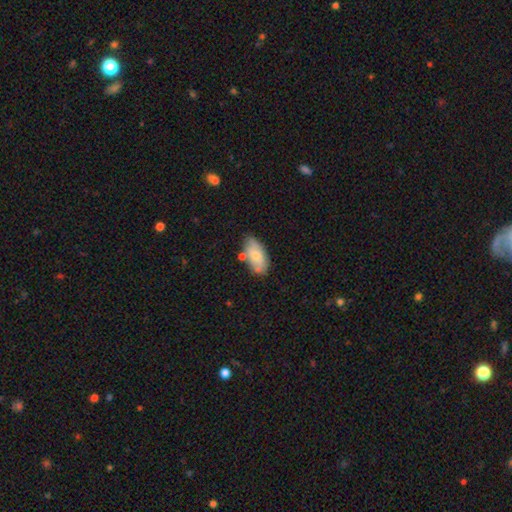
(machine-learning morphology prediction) Overall: smooth (69%). How rounded: in between (92%). Merging: none (66%).